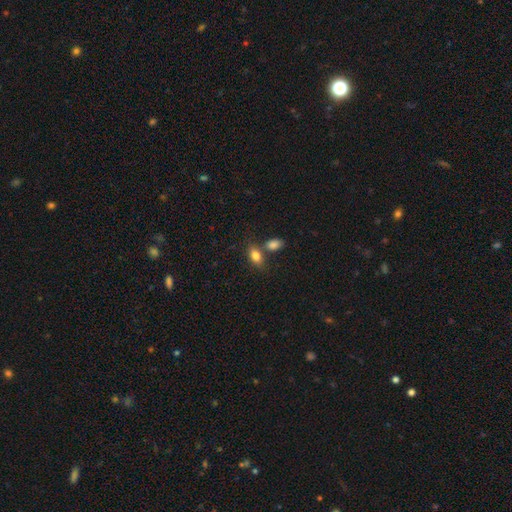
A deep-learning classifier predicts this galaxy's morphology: Q: Smooth or featured?
A: smooth (82%); runner-up: featured or disk (10%)
Q: How rounded?
A: in between (88%); runner-up: round (9%)
Q: Merging?
A: none (53%); runner-up: merger (31%)